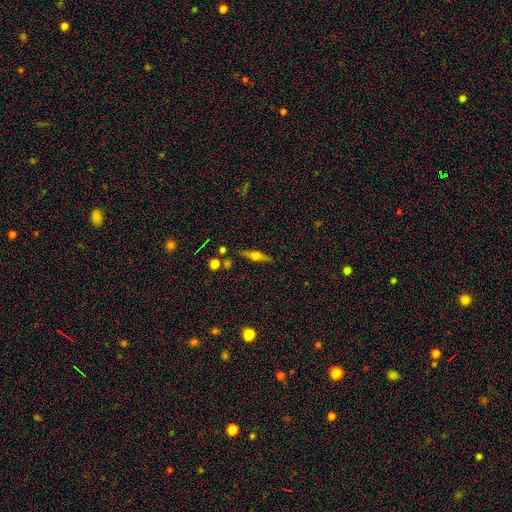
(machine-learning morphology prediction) Q: Smooth or featured?
A: featured or disk (58%); runner-up: smooth (34%)
Q: Edge-on disk?
A: yes (93%); runner-up: no (7%)
Q: Edge-on bulge?
A: rounded (92%); runner-up: boxy (6%)
Q: Merging?
A: none (84%); runner-up: minor disturbance (10%)